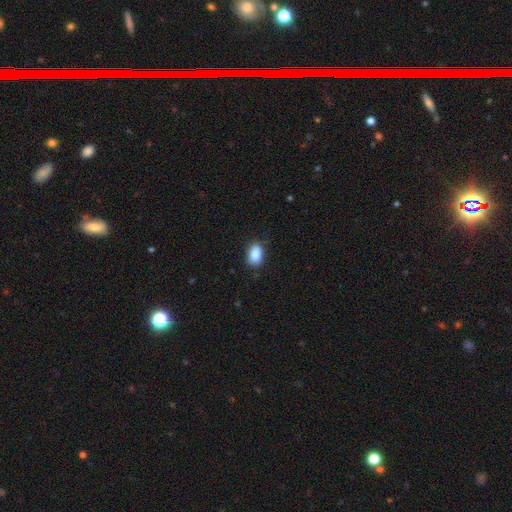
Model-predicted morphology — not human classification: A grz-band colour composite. It shows a smooth galaxy with no disk features (86%) that is in between round and cigar-shaped (83%). Merging: none (74%).